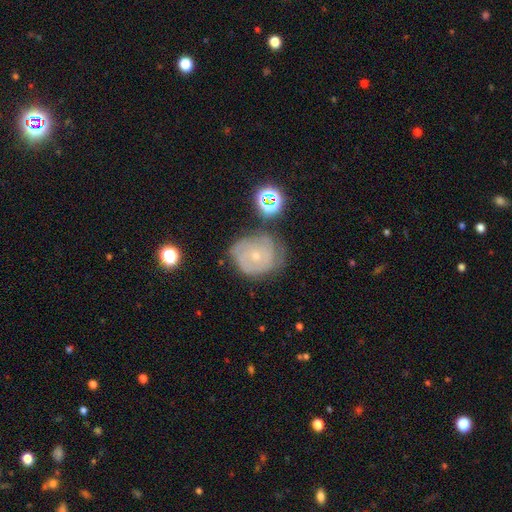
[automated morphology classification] smooth_or_featured: featured or disk (p=0.63) [alt: smooth p=0.25]
disk_edge_on: no (p=0.97) [alt: yes p=0.03]
bar: no (p=0.79) [alt: weak p=0.18]
has_spiral_arms: yes (p=0.80) [alt: no p=0.20]
bulge_size: small (p=0.71) [alt: moderate p=0.26]
merging: none (p=0.54) [alt: minor disturbance p=0.28]